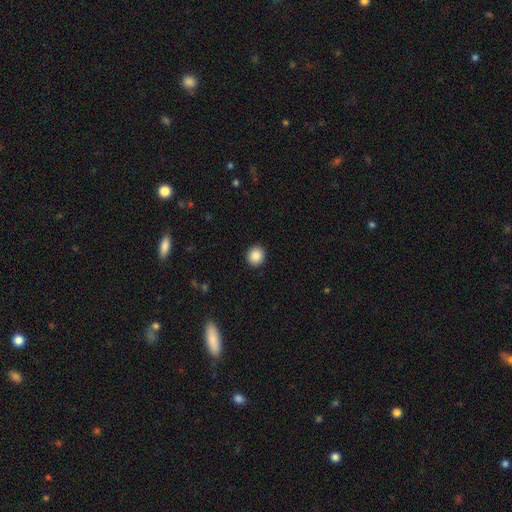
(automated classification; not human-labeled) The model was most divided on "how rounded": round: 87%, in between: 12%, cigar-shaped: 1%. More confident: merging — none (92%); smooth or featured — smooth (88%).